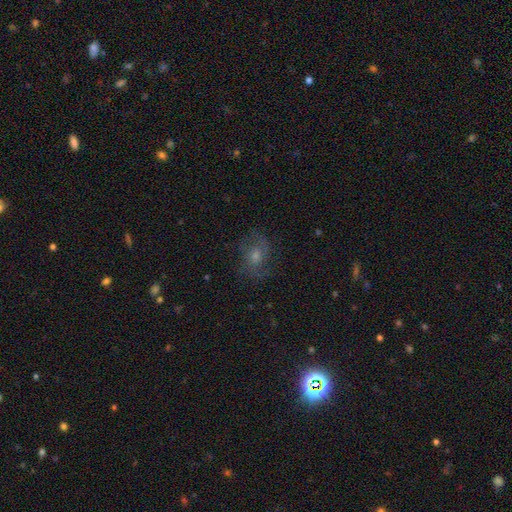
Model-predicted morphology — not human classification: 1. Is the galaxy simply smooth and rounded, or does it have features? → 59% featured or disk, 26% smooth, 15% star or artifact.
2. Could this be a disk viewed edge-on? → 97% no, 3% yes.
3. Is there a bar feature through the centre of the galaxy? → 65% no, 30% weak, 5% strong.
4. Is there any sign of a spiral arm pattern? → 86% yes, 14% no.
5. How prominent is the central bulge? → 49% moderate, 39% small, 6% large, 4% none, 1% dominant.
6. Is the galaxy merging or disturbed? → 71% none, 17% minor disturbance, 11% major disturbance, 1% merger.